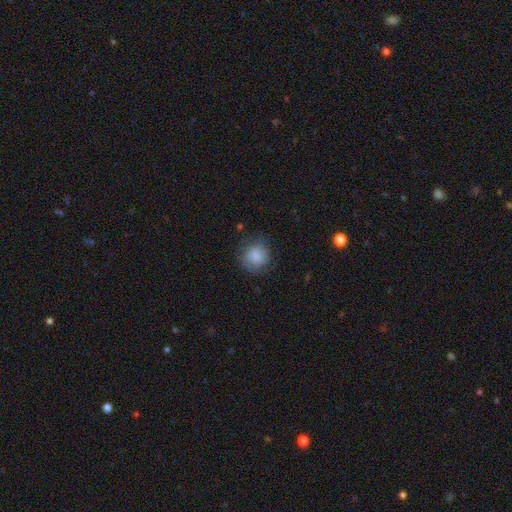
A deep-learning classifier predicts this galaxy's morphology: smooth 79%, featured or disk 13%, star or artifact 8%. Down the decision tree: how rounded — round (88%); merging — none (73%).